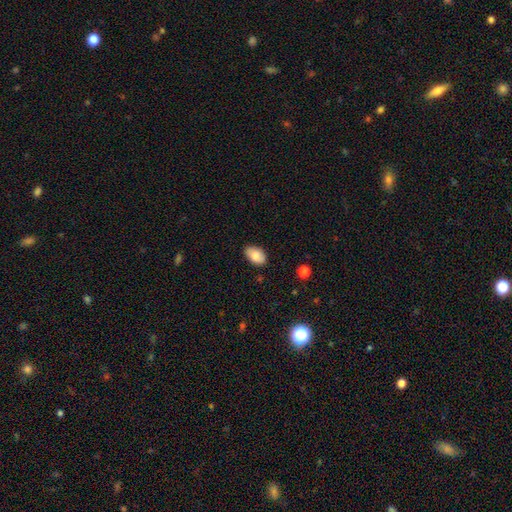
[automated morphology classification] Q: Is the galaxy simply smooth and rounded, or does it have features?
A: smooth — 82%.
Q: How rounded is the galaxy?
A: in between — 91%.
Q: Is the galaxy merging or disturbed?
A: none — 80%.